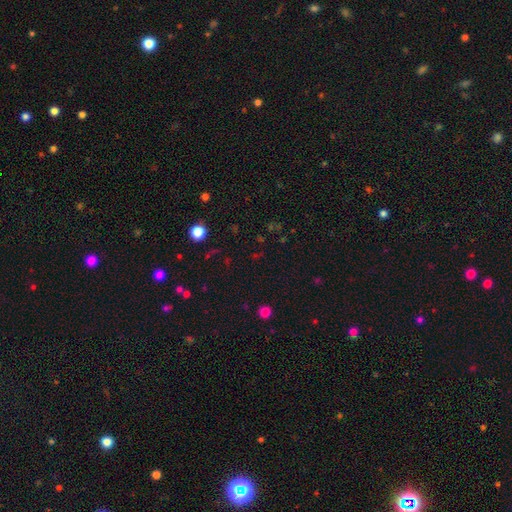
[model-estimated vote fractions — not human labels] Smooth or featured: star or artifact — 59% (smooth — 33%)